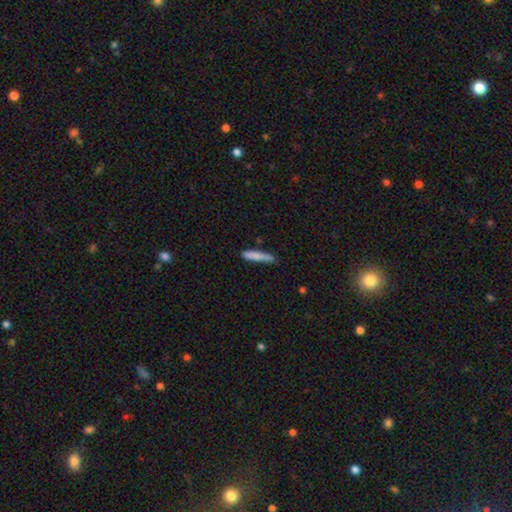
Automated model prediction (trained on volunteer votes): Smooth or featured? smooth (81%)
How rounded? cigar-shaped (91%)
Merging? none (73%)